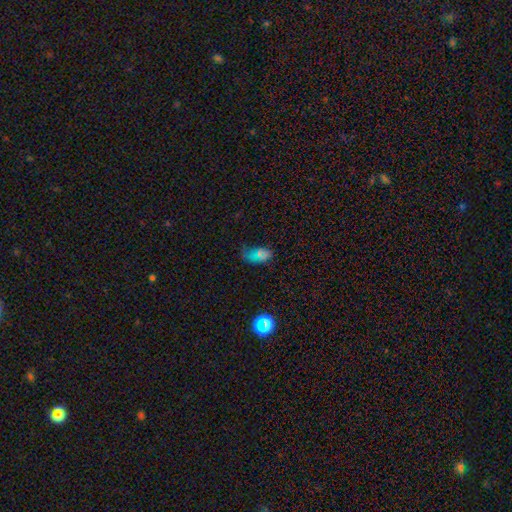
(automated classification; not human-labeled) Smooth or featured? smooth (52%)
How rounded? in between (87%)
Merging? none (52%)